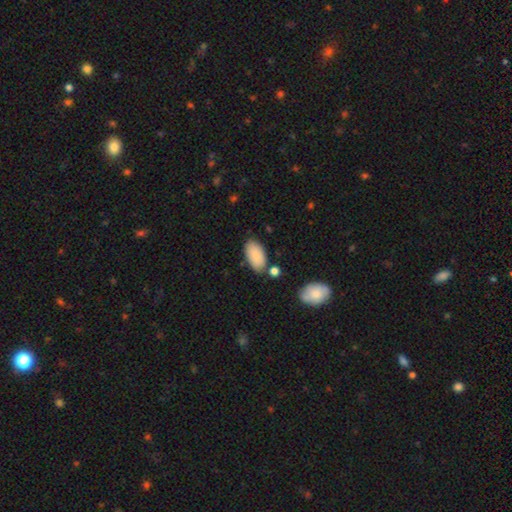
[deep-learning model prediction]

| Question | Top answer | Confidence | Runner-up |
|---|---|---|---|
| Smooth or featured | smooth | 86% | featured or disk (7%) |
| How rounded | in between | 95% | round (3%) |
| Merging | none | 73% | minor disturbance (16%) |